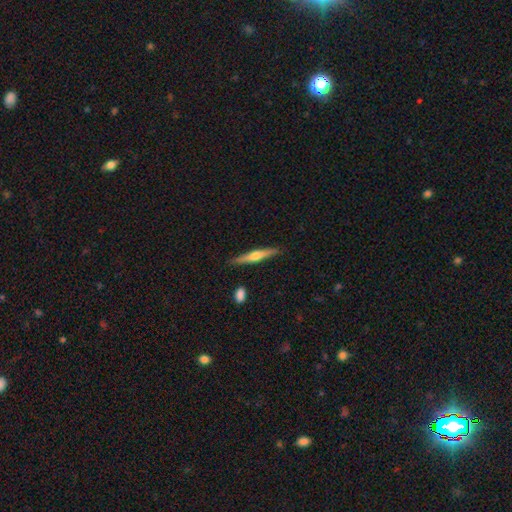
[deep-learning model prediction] smooth-or-featured: featured or disk: 55% | smooth: 39% | star or artifact: 6%
  disk-edge-on: yes: 97% | no: 3%
    edge-on-bulge: rounded: 84% | none: 9% | boxy: 7%
  merging: none: 86% | minor disturbance: 10% | merger: 2% | major disturbance: 2%